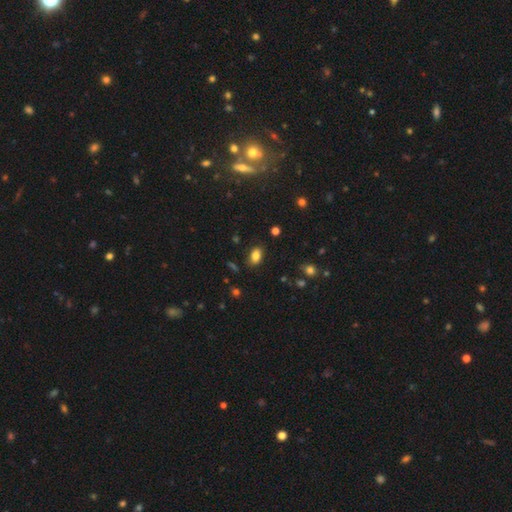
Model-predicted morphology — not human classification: This is clearly a smooth galaxy (83%). How rounded: clearly in between (87%). Merging: clearly none (84%).